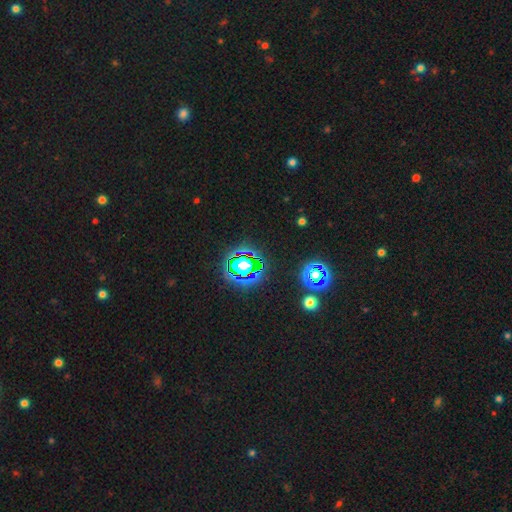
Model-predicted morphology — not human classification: This appears to be a star or artifact, not a galaxy (80%).